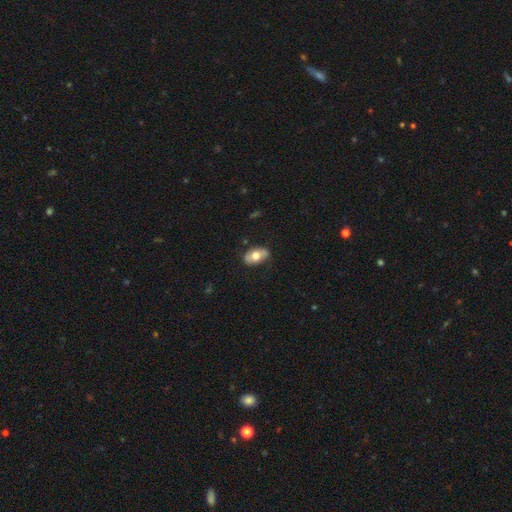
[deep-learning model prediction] Smooth or featured? smooth (63%)
How rounded? in between (89%)
Merging? none (77%)